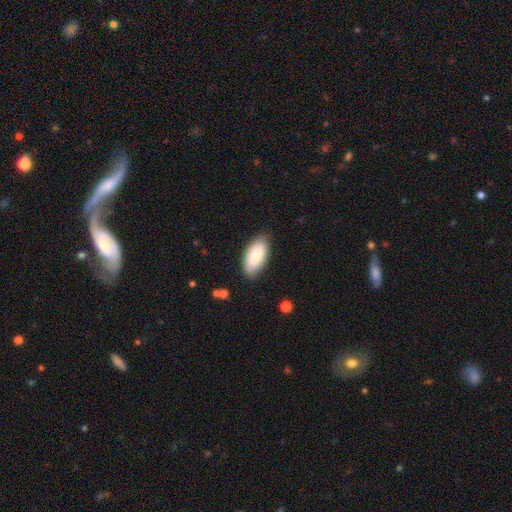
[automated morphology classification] A smooth galaxy with no disk features (84%) that is in between round and cigar-shaped (93%). Merging: none (81%).